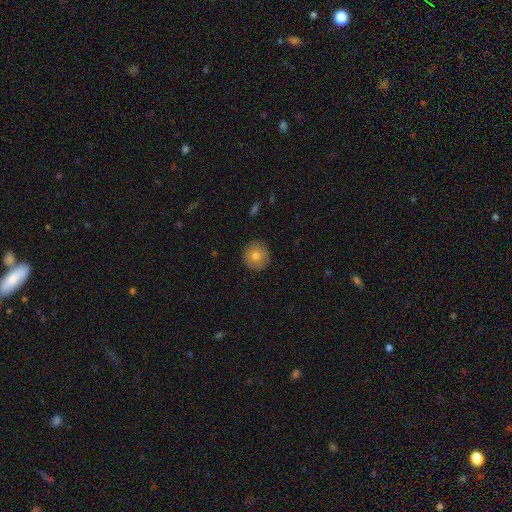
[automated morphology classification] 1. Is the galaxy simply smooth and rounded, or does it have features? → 78% smooth, 14% featured or disk, 8% star or artifact.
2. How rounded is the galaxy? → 94% round, 5% in between, 1% cigar-shaped.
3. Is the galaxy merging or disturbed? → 89% none, 8% minor disturbance, 2% major disturbance, 1% merger.